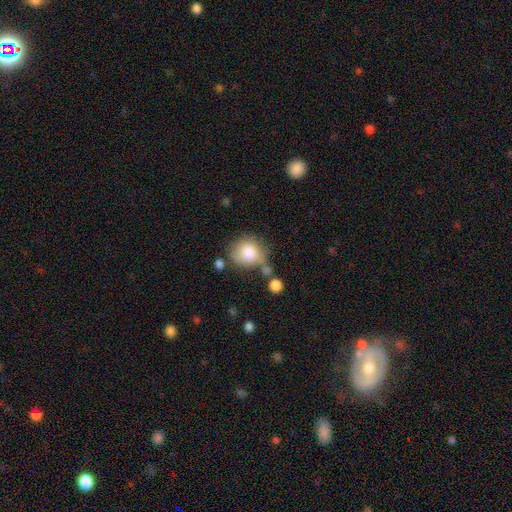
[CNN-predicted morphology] Smooth or featured?
  - smooth: 78% *
  - featured or disk: 12%
  - star or artifact: 10%
How rounded?
  - round: 82% *
  - in between: 17%
  - cigar-shaped: 1%
Merging?
  - none: 59% *
  - minor disturbance: 20%
  - merger: 13%
  - major disturbance: 7%